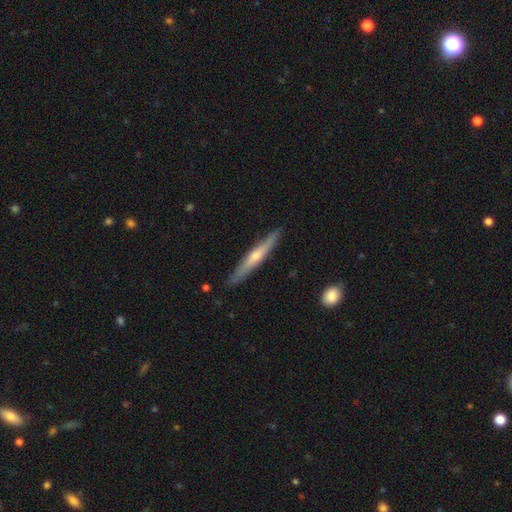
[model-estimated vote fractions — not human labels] Morphology: type=featured or disk (58%); edge-on=yes (95%); edge-on bulge=rounded (76%); merging=none (88%).